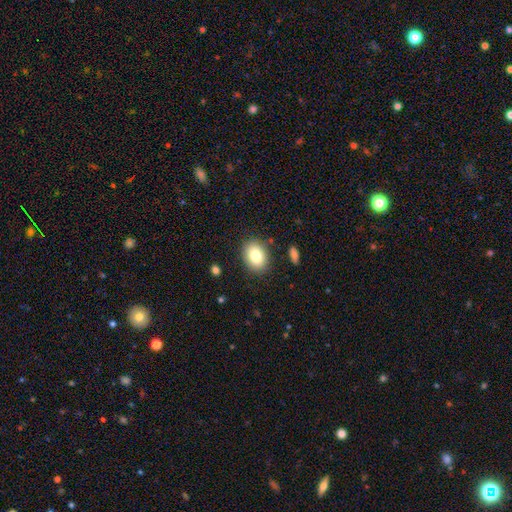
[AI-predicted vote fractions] A smooth galaxy with no disk features (82%) that is in between round and cigar-shaped (69%). Merging: none (86%).